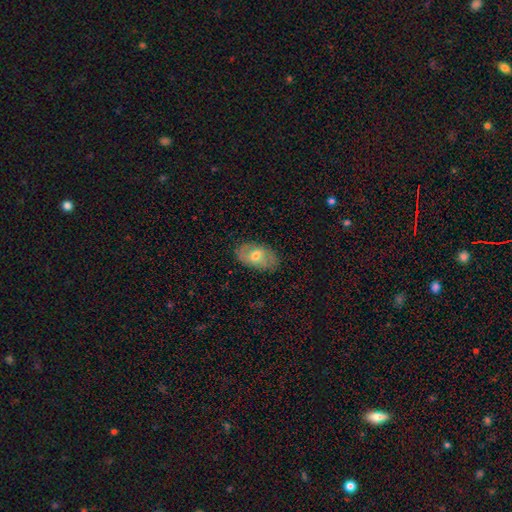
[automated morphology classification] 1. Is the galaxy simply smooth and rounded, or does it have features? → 56% smooth, 36% featured or disk, 8% star or artifact.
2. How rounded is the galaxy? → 90% in between, 8% round, 2% cigar-shaped.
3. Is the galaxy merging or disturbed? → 81% none, 14% minor disturbance, 4% major disturbance, 1% merger.